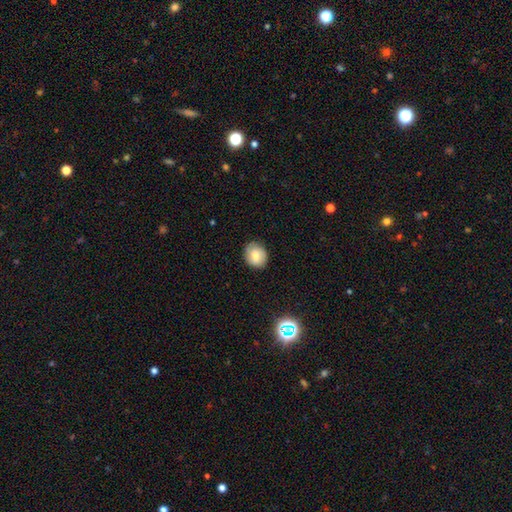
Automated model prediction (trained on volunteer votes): smooth-or-featured: smooth: 75% | featured or disk: 16% | star or artifact: 9%
  how-rounded: round: 68% | in between: 31% | cigar-shaped: 1%
  merging: none: 85% | minor disturbance: 12% | major disturbance: 3% | merger: 1%